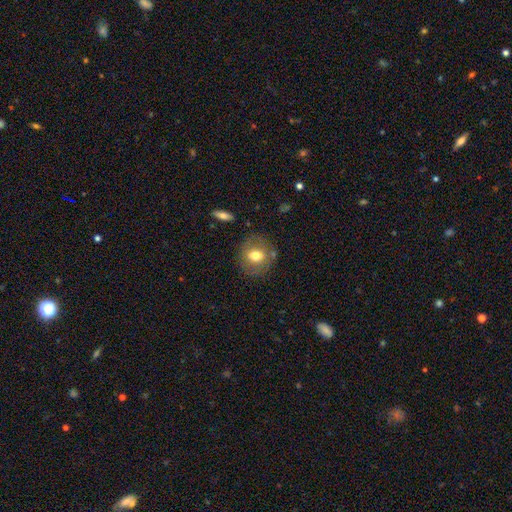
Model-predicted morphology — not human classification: Smooth or featured? Predicted: smooth (p=0.67). How rounded? Predicted: round (p=0.78). Merging? Predicted: none (p=0.79).